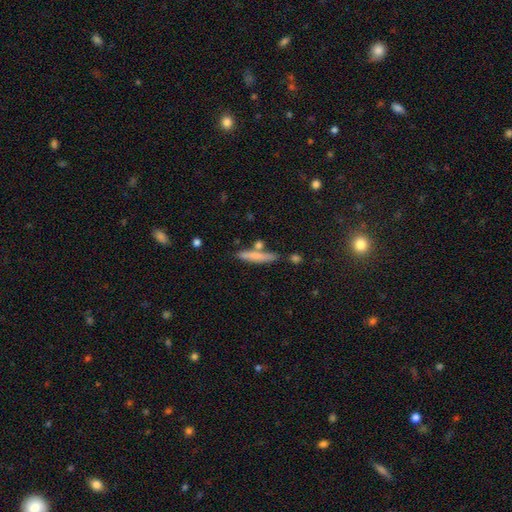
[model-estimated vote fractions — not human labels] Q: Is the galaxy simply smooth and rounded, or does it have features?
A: smooth — 71%.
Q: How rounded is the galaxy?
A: cigar-shaped — 88%.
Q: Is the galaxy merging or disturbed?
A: none — 72%.